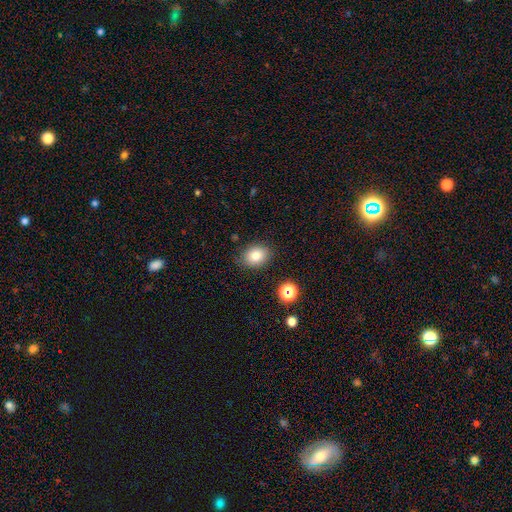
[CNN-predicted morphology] Smooth or featured?
  - smooth: 82% *
  - star or artifact: 11%
  - featured or disk: 7%
How rounded?
  - in between: 58% *
  - round: 41%
  - cigar-shaped: 1%
Merging?
  - none: 84% *
  - minor disturbance: 11%
  - major disturbance: 3%
  - merger: 2%